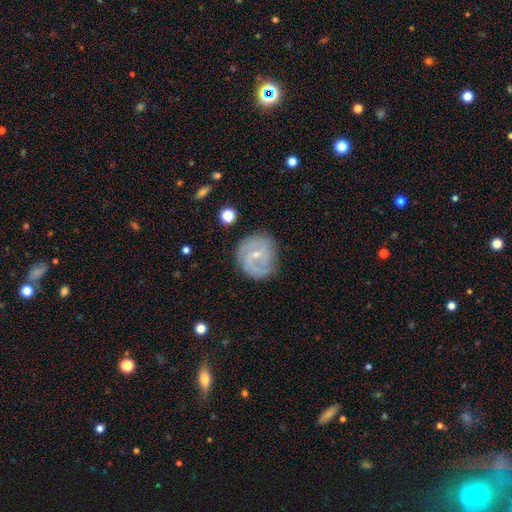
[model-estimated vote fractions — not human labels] Smooth or featured? Predicted: featured or disk (p=0.84). Edge-on disk? Predicted: no (p=0.98). Bar? Predicted: weak (p=0.45). Spiral arms? Predicted: yes (p=0.95). Spiral winding? Predicted: tight (p=0.46). Spiral arm count? Predicted: 2 (p=0.57). Bulge size? Predicted: small (p=0.70). Merging? Predicted: none (p=0.75).